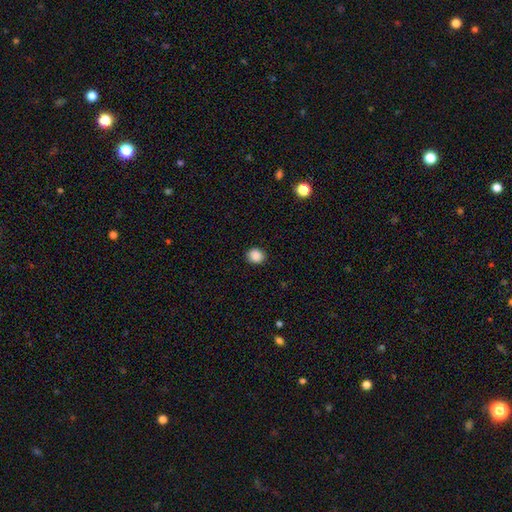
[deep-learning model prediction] smooth-or-featured: smooth: 88% | star or artifact: 10% | featured or disk: 3%
  how-rounded: round: 74% | in between: 25% | cigar-shaped: 1%
  merging: none: 90% | minor disturbance: 7% | major disturbance: 2% | merger: 1%